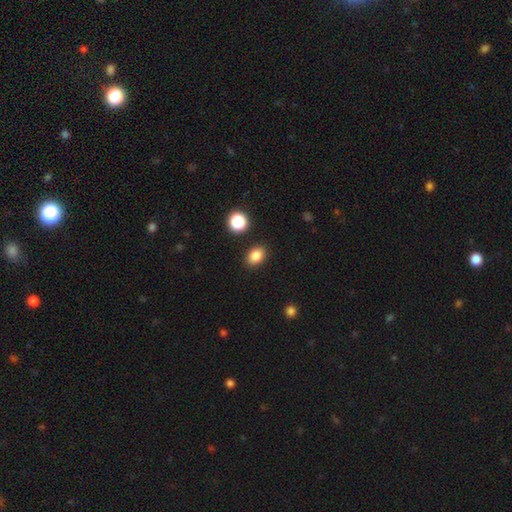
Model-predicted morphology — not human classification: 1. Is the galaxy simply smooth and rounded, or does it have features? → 85% smooth, 10% star or artifact, 5% featured or disk.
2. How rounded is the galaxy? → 75% in between, 24% round, 1% cigar-shaped.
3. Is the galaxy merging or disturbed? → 88% none, 8% minor disturbance, 2% merger, 2% major disturbance.